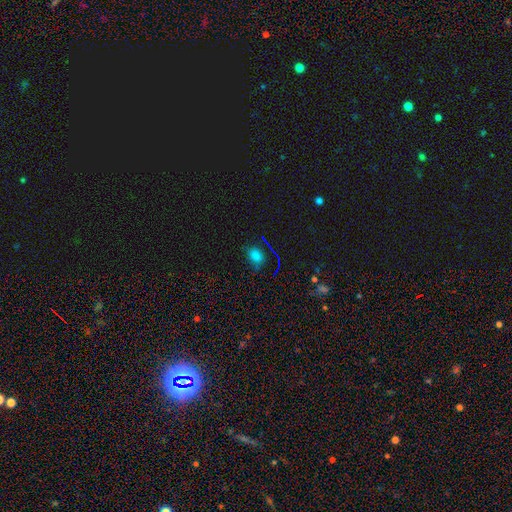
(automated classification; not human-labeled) The model was most divided on "how rounded": in between: 54%, round: 44%, cigar-shaped: 2%. More confident: merging — none (71%); smooth or featured — smooth (64%).